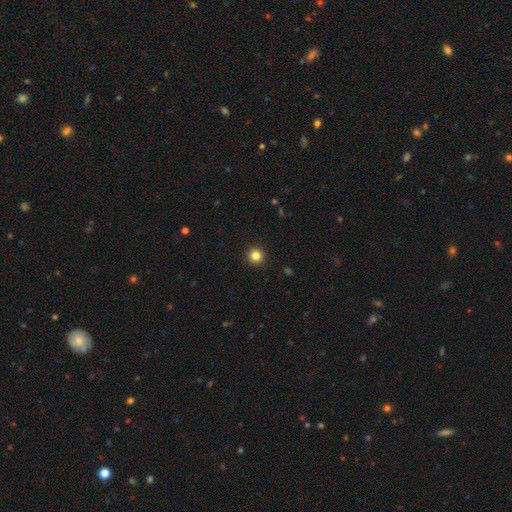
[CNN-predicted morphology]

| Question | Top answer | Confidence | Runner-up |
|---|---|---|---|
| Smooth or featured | smooth | 83% | star or artifact (12%) |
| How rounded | round | 96% | in between (3%) |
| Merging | none | 94% | minor disturbance (4%) |